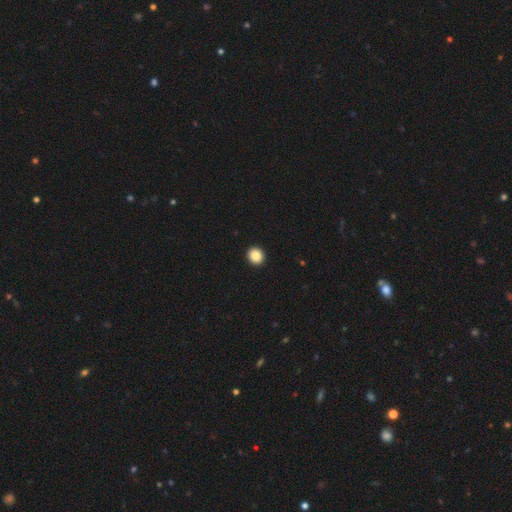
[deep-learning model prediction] The model was most divided on "how rounded": round: 85%, in between: 14%, cigar-shaped: 1%. More confident: merging — none (94%); smooth or featured — smooth (87%).